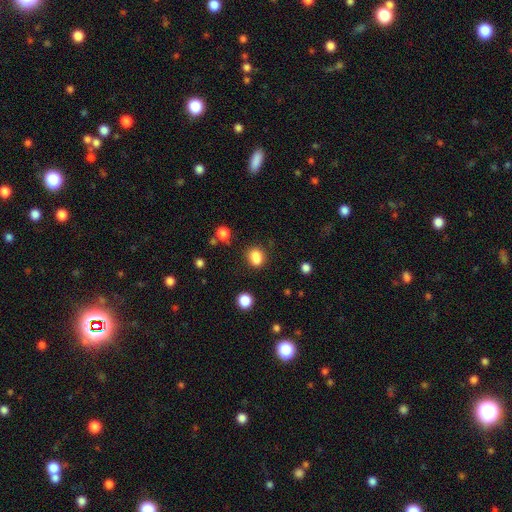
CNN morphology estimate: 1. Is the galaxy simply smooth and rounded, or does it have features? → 83% smooth, 12% star or artifact, 6% featured or disk.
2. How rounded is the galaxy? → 51% in between, 47% round, 1% cigar-shaped.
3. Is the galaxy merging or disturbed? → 69% none, 15% minor disturbance, 11% merger, 5% major disturbance.